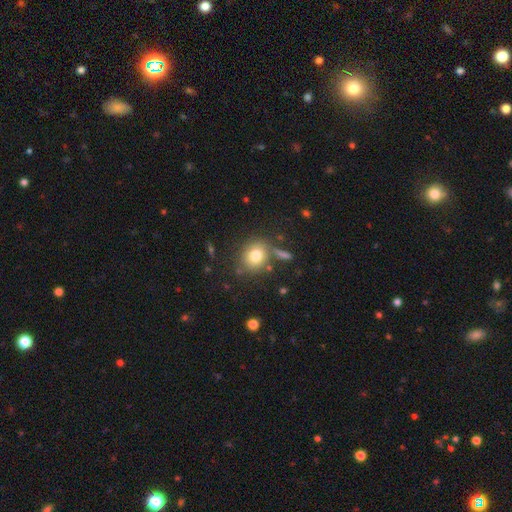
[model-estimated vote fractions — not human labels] A smooth galaxy with no disk features (78%) that is round (76%).

Vote fractions:
- Smooth or featured? smooth: 78% / star or artifact: 11% / featured or disk: 11%
- How rounded? round: 76% / in between: 23% / cigar-shaped: 1%
- Merging? none: 74% / minor disturbance: 12% / merger: 10% / major disturbance: 5%